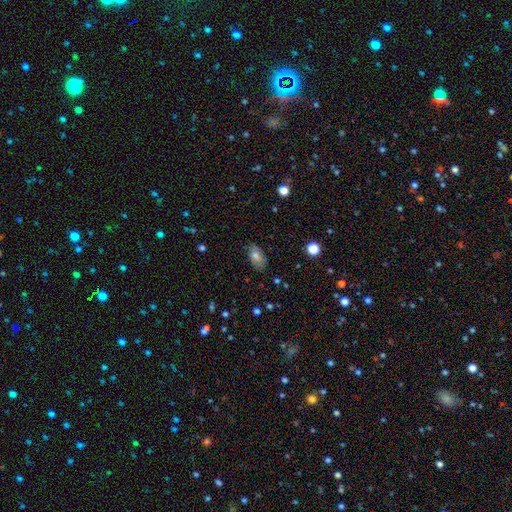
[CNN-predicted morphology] type=smooth (70%); roundness=in between (90%); merging=none (77%).